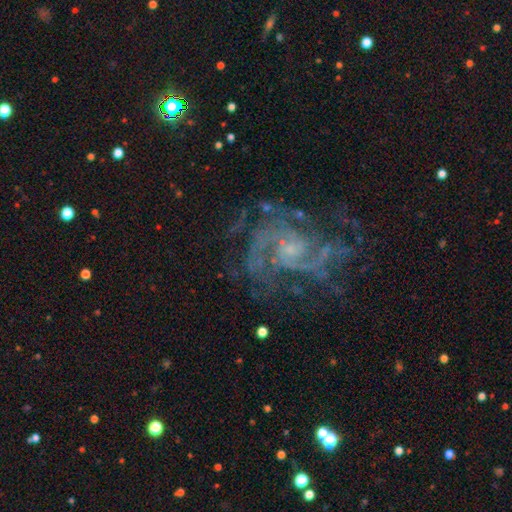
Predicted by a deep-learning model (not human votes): smooth_or_featured: featured or disk (p=0.82) [alt: star or artifact p=0.12]
disk_edge_on: no (p=0.97) [alt: yes p=0.03]
bar: no (p=0.60) [alt: weak p=0.33]
has_spiral_arms: yes (p=0.94) [alt: no p=0.06]
spiral_winding: medium (p=0.47) [alt: tight p=0.37]
spiral_arm_count: 2 (p=0.29) [alt: can't tell p=0.27]
bulge_size: small (p=0.59) [alt: moderate p=0.20]
merging: none (p=0.65) [alt: major disturbance p=0.17]